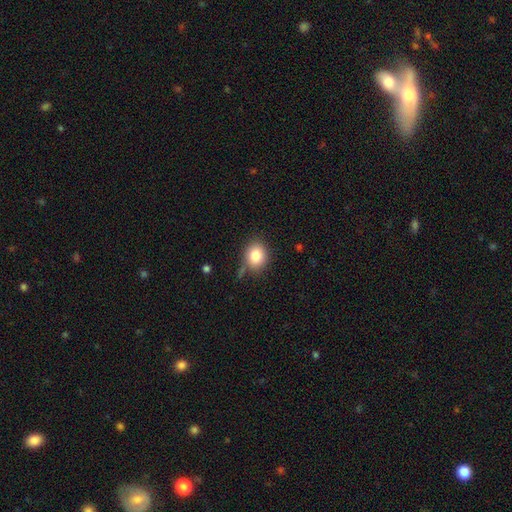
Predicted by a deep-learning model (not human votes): Smooth or featured?
  - smooth: 83% *
  - star or artifact: 10%
  - featured or disk: 7%
How rounded?
  - round: 66% *
  - in between: 33%
  - cigar-shaped: 1%
Merging?
  - none: 75% *
  - minor disturbance: 16%
  - merger: 5%
  - major disturbance: 5%